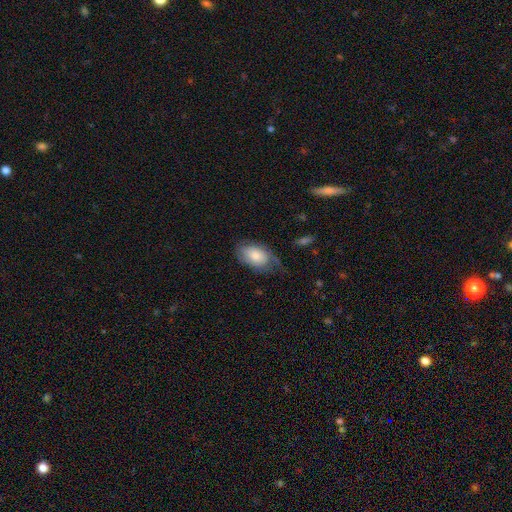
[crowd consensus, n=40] This is likely a smooth galaxy (65%). How rounded: clearly in between (96%). Merging: marginally minor disturbance (43%).